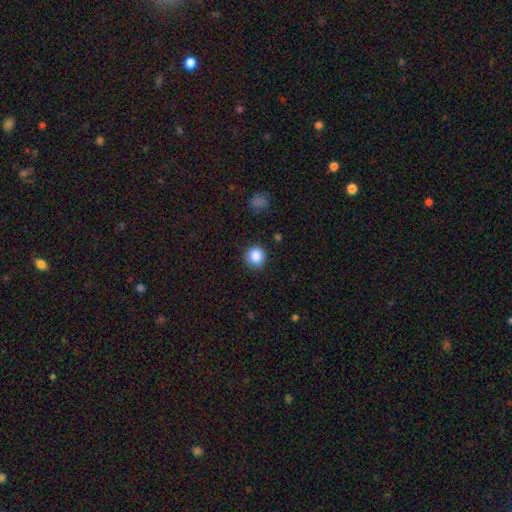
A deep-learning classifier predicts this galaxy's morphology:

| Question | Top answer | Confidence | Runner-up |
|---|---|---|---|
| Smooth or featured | smooth | 86% | star or artifact (10%) |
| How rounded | round | 93% | in between (6%) |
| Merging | none | 88% | minor disturbance (8%) |